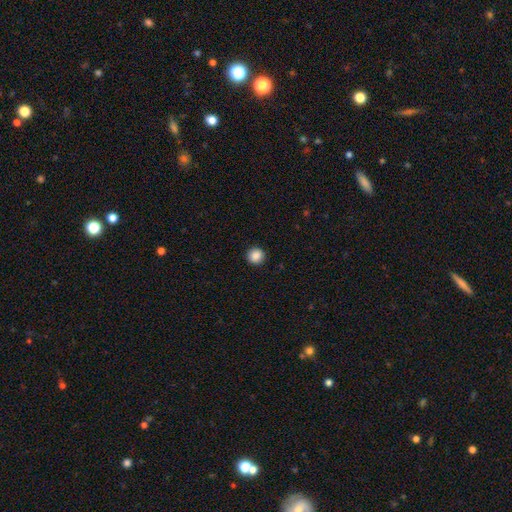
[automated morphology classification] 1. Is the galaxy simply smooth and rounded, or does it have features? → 87% smooth, 9% star or artifact, 3% featured or disk.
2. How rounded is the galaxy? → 95% round, 4% in between, 1% cigar-shaped.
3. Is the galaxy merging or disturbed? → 93% none, 4% minor disturbance, 2% major disturbance, 1% merger.